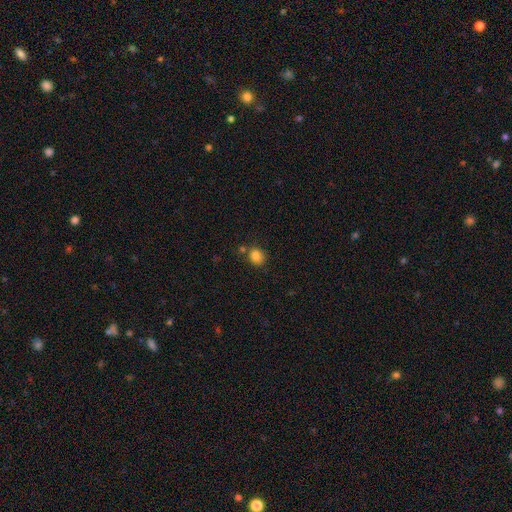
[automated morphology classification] type=smooth (83%); roundness=round (71%); merging=none (72%).